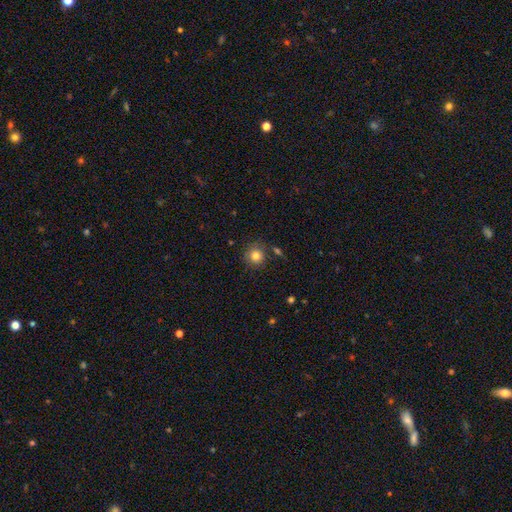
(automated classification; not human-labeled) smooth_or_featured: smooth (p=0.81) [alt: star or artifact p=0.11]
how_rounded: round (p=0.91) [alt: in between p=0.08]
merging: none (p=0.79) [alt: minor disturbance p=0.12]